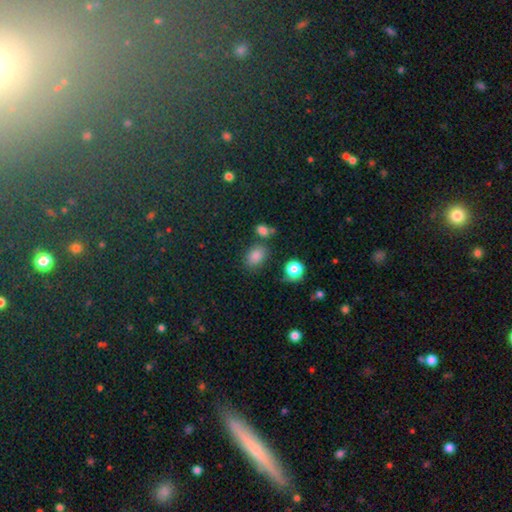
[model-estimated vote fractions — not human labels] smooth_or_featured: smooth (p=0.78) [alt: star or artifact p=0.15]
how_rounded: in between (p=0.73) [alt: round p=0.26]
merging: none (p=0.72) [alt: minor disturbance p=0.14]